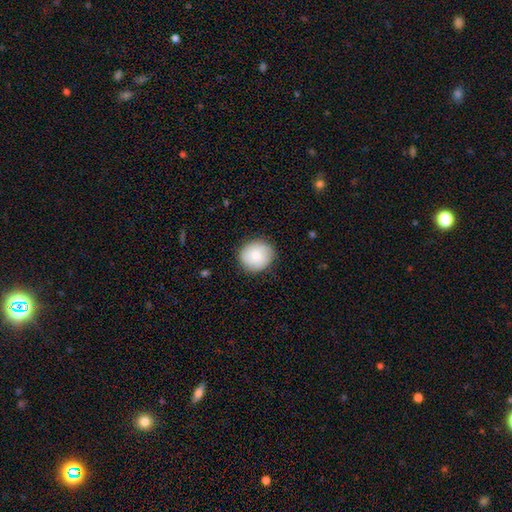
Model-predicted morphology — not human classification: smooth-or-featured: smooth: 76% | featured or disk: 16% | star or artifact: 7%
  how-rounded: round: 85% | in between: 14% | cigar-shaped: 1%
  merging: none: 85% | minor disturbance: 11% | major disturbance: 3% | merger: 1%